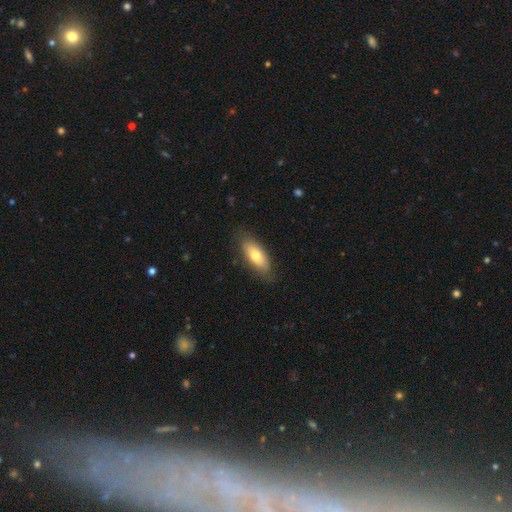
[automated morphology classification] Smooth or featured?
  - smooth: 70% *
  - featured or disk: 23%
  - star or artifact: 6%
How rounded?
  - in between: 81% *
  - cigar-shaped: 16%
  - round: 3%
Merging?
  - none: 80% *
  - minor disturbance: 15%
  - major disturbance: 3%
  - merger: 1%